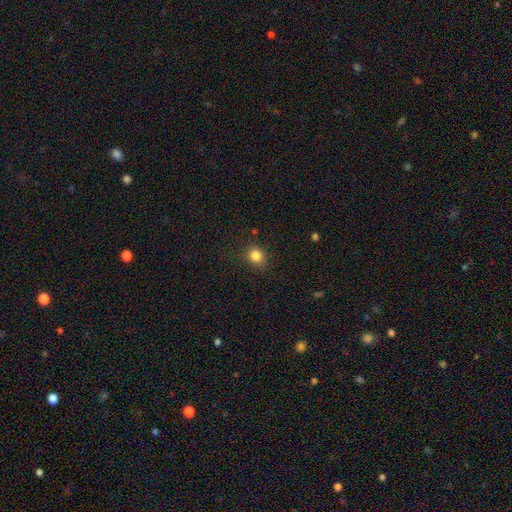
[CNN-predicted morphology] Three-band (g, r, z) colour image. It shows a smooth galaxy with no disk features (84%) that is round (68%). Merging: none (83%).